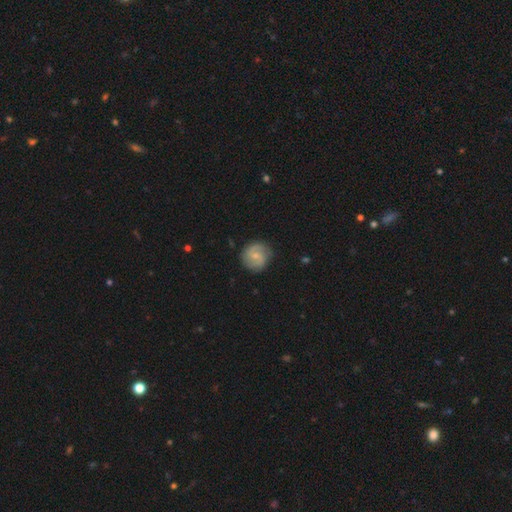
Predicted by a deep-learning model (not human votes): This is likely a featured or disk galaxy (69%). It is clearly not viewed edge-on (98%). Bar: possibly weak (55%). Spiral arm pattern: clearly yes (93%). Spiral arm count: clearly 2 (85%). Spiral winding: possibly medium (48%). Central bulge: likely small (61%). Merging: clearly none (82%).